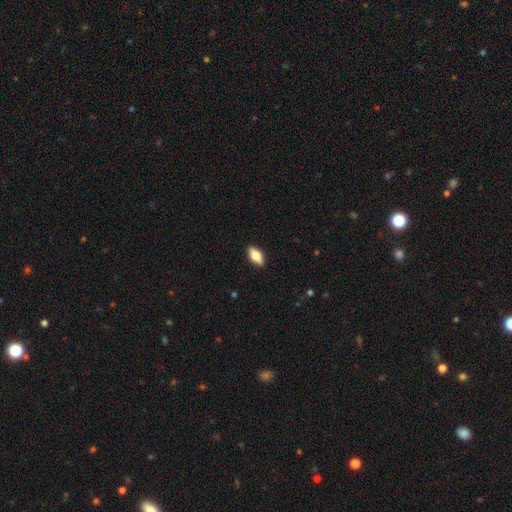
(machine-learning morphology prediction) Q: Smooth or featured?
A: smooth (61%); runner-up: featured or disk (32%)
Q: How rounded?
A: in between (80%); runner-up: cigar-shaped (16%)
Q: Merging?
A: none (89%); runner-up: minor disturbance (8%)